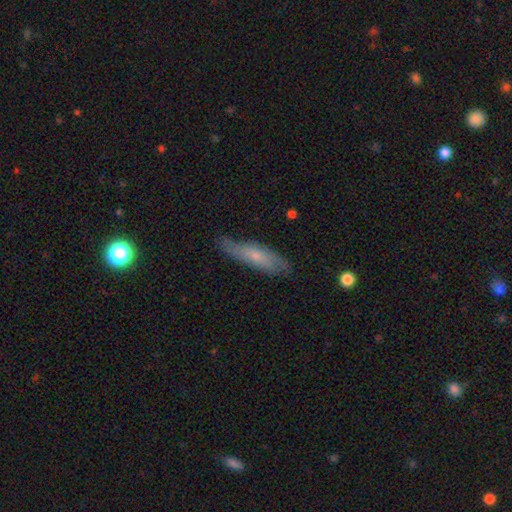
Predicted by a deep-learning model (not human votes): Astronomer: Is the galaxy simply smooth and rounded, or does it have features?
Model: smooth — 55% (runner-up: featured or disk, 39%).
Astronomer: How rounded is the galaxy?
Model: cigar-shaped — 69%.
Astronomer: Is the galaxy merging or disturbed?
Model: none — 71%.